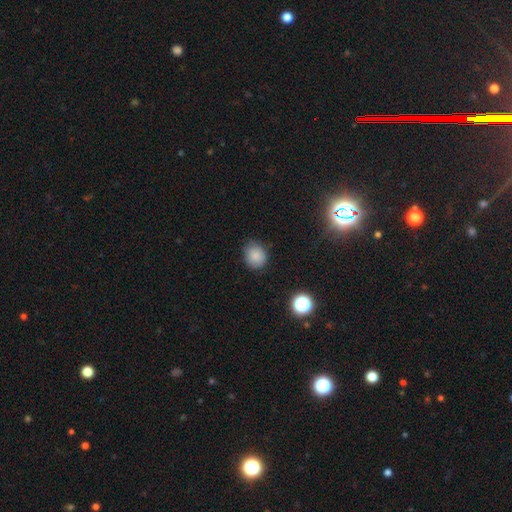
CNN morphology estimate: Overall: smooth (83%). How rounded: round (69%; in between 30%). Merging: none (75%).